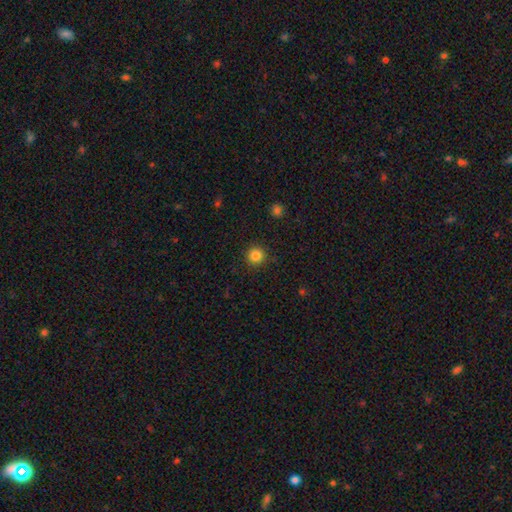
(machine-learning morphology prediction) Smooth or featured? smooth (85%)
How rounded? round (95%)
Merging? none (91%)